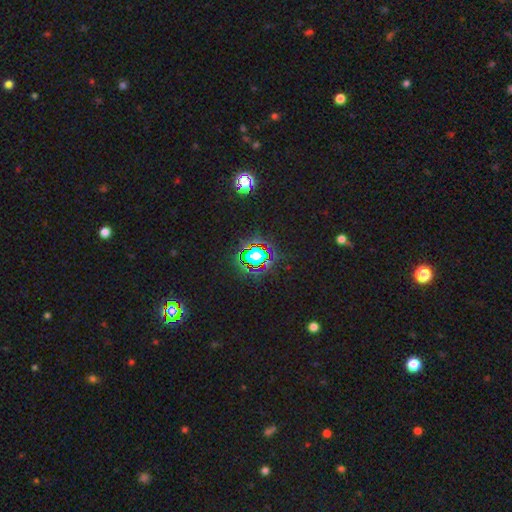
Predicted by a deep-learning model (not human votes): Morphology: type=star or artifact (68%).